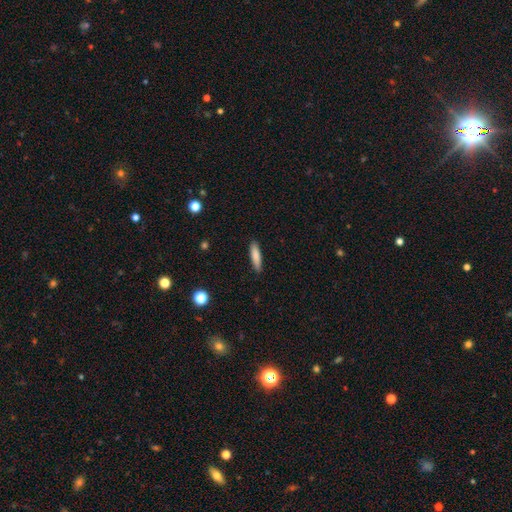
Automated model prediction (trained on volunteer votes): smooth_or_featured: smooth (p=0.83) [alt: featured or disk p=0.11]
how_rounded: cigar-shaped (p=0.79) [alt: in between p=0.19]
merging: none (p=0.88) [alt: minor disturbance p=0.09]